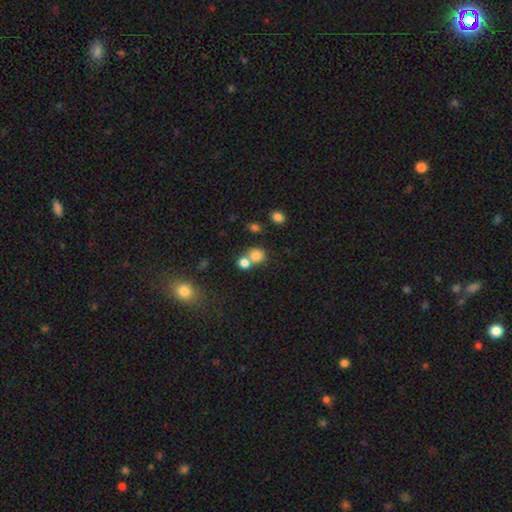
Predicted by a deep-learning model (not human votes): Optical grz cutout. It shows a smooth galaxy with no disk features (79%) that is round (83%). Merging: none (48%).